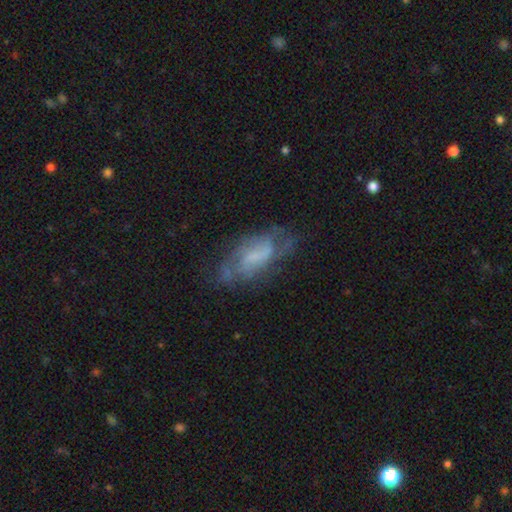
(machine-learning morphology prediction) This is likely a featured or disk galaxy (63%). It is clearly not viewed edge-on (92%). Bar: marginally weak (44%). Spiral arm pattern: likely yes (71%). Central bulge: marginally none (43%). Merging: possibly none (55%).